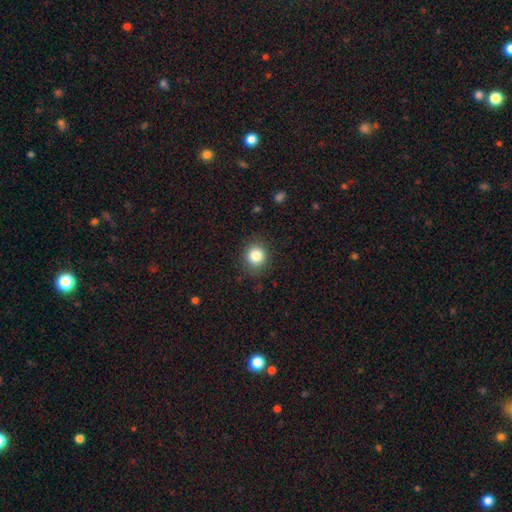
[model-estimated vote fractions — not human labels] Smooth or featured? Predicted: smooth (p=0.84). How rounded? Predicted: round (p=0.85). Merging? Predicted: none (p=0.86).